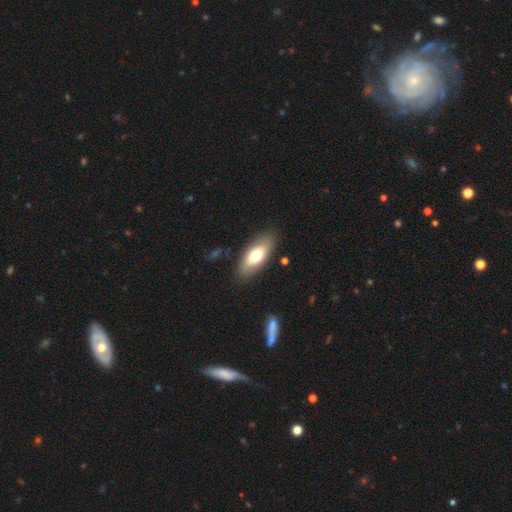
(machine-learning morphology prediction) Q: Smooth or featured?
A: smooth (68%); runner-up: featured or disk (26%)
Q: How rounded?
A: in between (81%); runner-up: cigar-shaped (16%)
Q: Merging?
A: none (84%); runner-up: minor disturbance (11%)